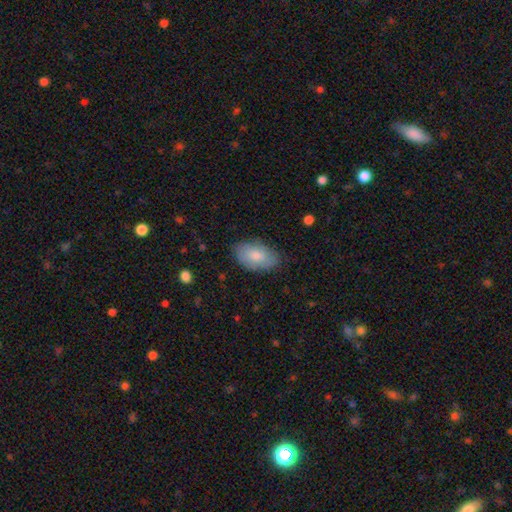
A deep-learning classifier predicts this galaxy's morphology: This appears to be a smooth galaxy with no disk features (80%) that is in between round and cigar-shaped (94%). Merging: none (78%).